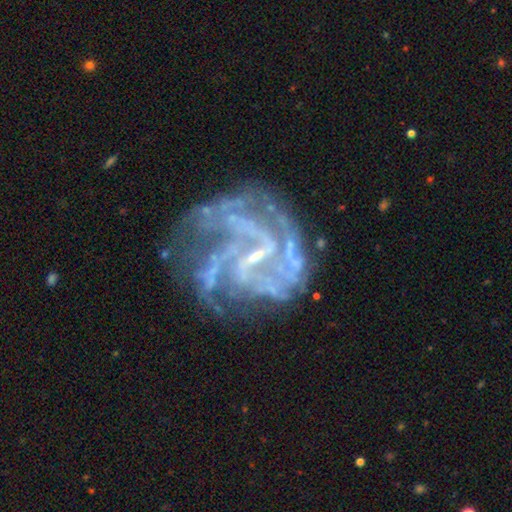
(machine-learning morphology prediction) This appears to be a featured or disk galaxy (87%) with a weak bar (51%), medium (45%) spiral arms (88%) and a small central bulge (63%). Merging: none (53%).